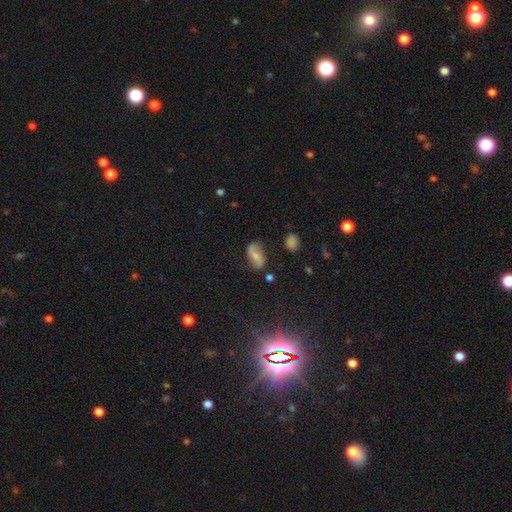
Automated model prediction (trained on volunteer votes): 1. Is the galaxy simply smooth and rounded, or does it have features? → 47% smooth, 43% featured or disk, 11% star or artifact.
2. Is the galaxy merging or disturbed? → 68% none, 22% minor disturbance, 7% major disturbance, 3% merger.